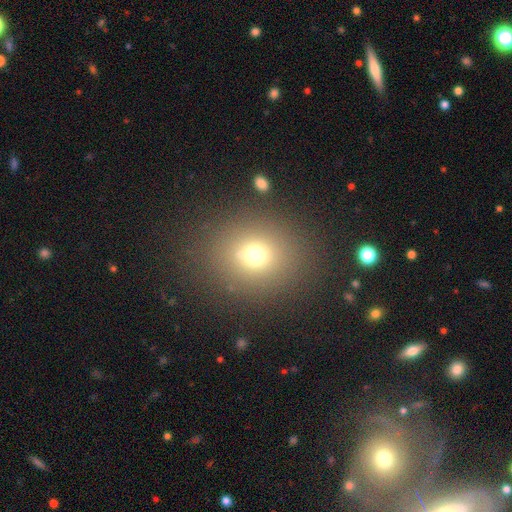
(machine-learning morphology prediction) A smooth galaxy with no disk features (70%) that is round (72%).

Vote fractions:
- Smooth or featured? smooth: 70% / star or artifact: 19% / featured or disk: 11%
- How rounded? round: 72% / in between: 27% / cigar-shaped: 1%
- Merging? none: 82% / minor disturbance: 9% / major disturbance: 5% / merger: 4%